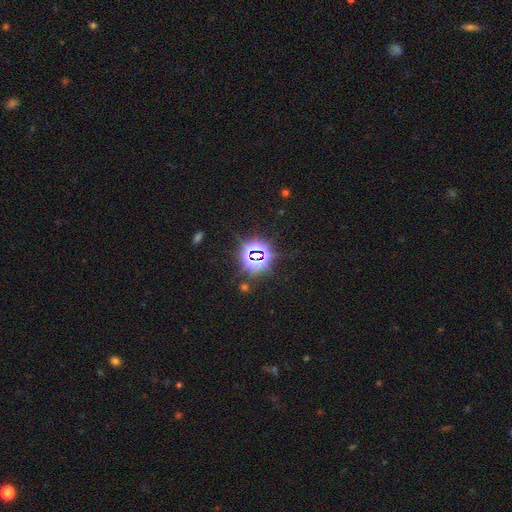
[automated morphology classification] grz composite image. It shows a star or artifact, not a galaxy (81%).